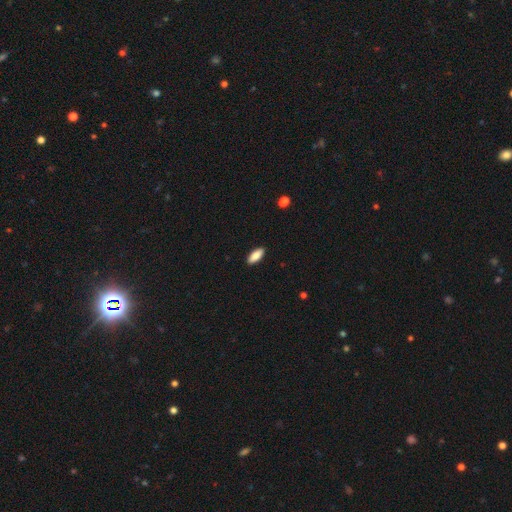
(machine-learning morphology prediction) The model was most divided on "how rounded": in between: 80%, cigar-shaped: 18%, round: 2%. More confident: merging — none (90%); smooth or featured — smooth (85%).